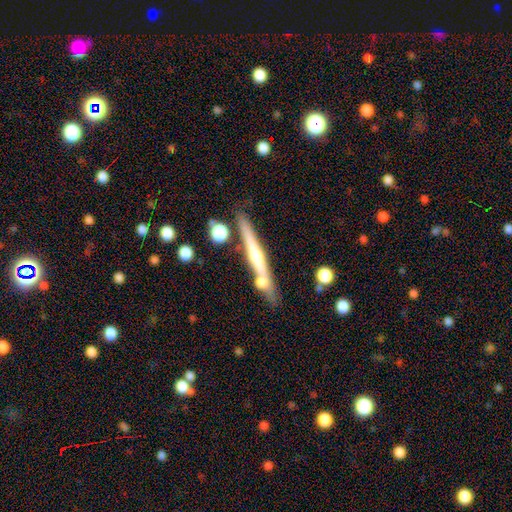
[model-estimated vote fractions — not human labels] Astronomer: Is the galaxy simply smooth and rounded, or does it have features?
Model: featured or disk — 60%.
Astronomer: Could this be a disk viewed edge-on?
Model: yes — 96%.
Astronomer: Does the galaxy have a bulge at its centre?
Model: rounded — 61%.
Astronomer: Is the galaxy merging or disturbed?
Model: none — 76%.